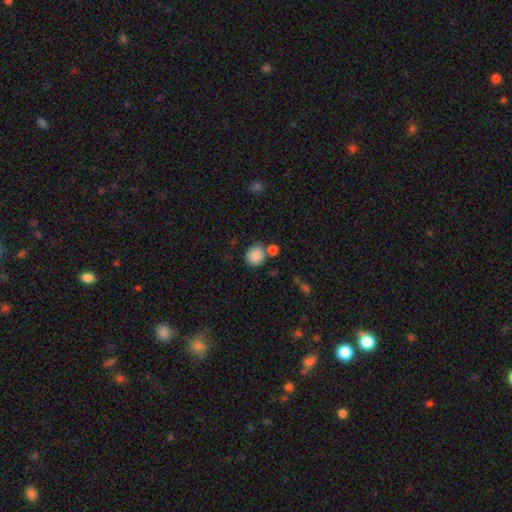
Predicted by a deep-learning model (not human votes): This appears to be a smooth galaxy with no disk features (87%) that is round (82%). Merging: none (63%).